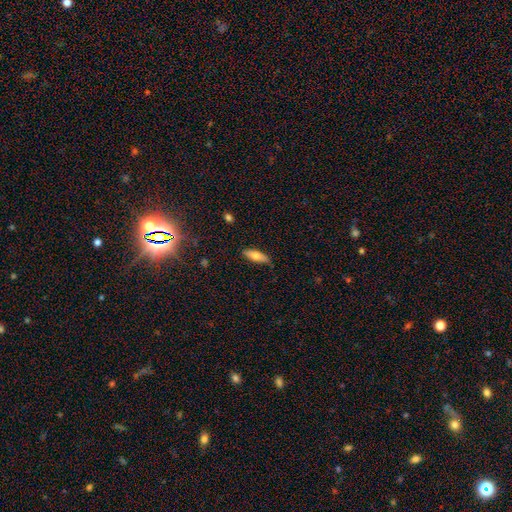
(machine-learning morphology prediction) Overall: smooth (70%). How rounded: in between (54%; cigar-shaped 44%). Merging: none (83%).